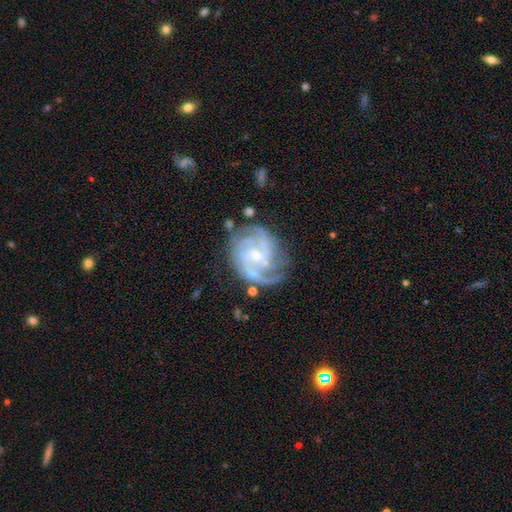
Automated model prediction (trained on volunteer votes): Q: Smooth or featured?
A: featured or disk (90%); runner-up: star or artifact (5%)
Q: Edge-on disk?
A: no (98%); runner-up: yes (2%)
Q: Bar?
A: no (47%); runner-up: weak (44%)
Q: Spiral arms?
A: yes (97%); runner-up: no (3%)
Q: Spiral winding?
A: tight (52%); runner-up: medium (40%)
Q: Spiral arm count?
A: 2 (41%); runner-up: 3 (25%)
Q: Bulge size?
A: small (60%); runner-up: moderate (35%)
Q: Merging?
A: none (66%); runner-up: minor disturbance (21%)